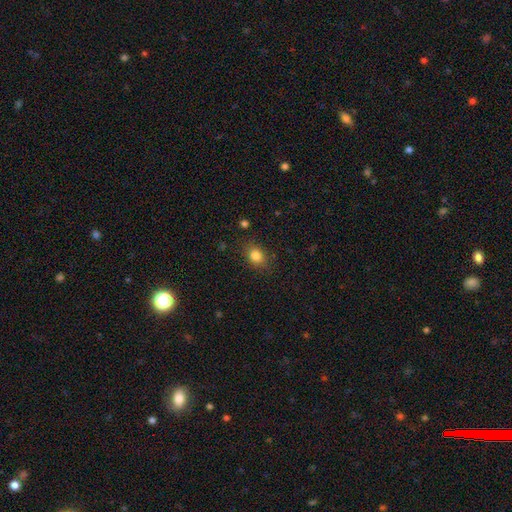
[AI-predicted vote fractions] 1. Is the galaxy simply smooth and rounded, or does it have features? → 83% smooth, 11% star or artifact, 6% featured or disk.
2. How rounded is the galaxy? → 63% in between, 36% round, 1% cigar-shaped.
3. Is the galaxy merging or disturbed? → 82% none, 12% minor disturbance, 4% major disturbance, 2% merger.